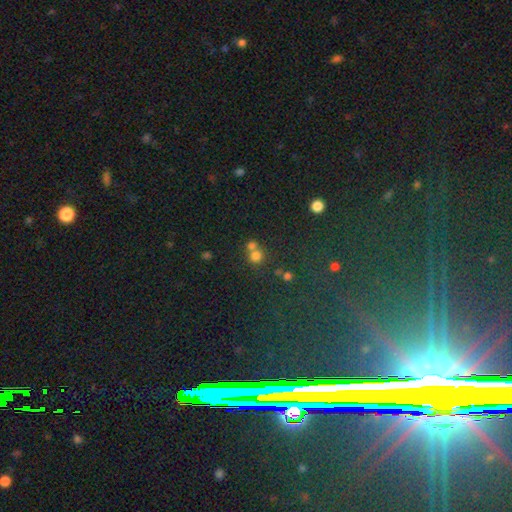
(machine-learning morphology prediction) The model was most divided on "merging": merger: 48%, none: 44%, minor disturbance: 6%, major disturbance: 3%. More confident: how rounded — round (86%); smooth or featured — smooth (73%).